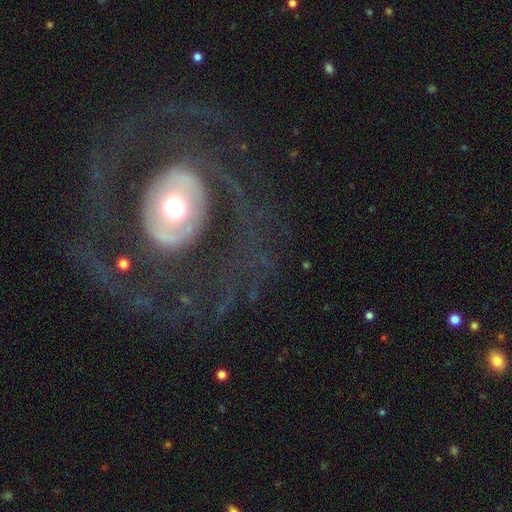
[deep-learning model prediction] featured or disk 74%, smooth 18%, star or artifact 8%. Down the decision tree: edge-on disk — no (95%); bar — no (65%); spiral arms — yes (55%); bulge size — moderate (61%); merging — none (75%).